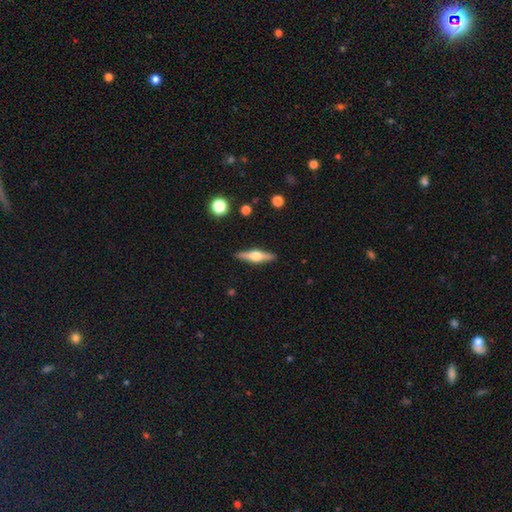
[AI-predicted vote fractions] Smooth or featured? Predicted: featured or disk (p=0.66). Edge-on disk? Predicted: yes (p=0.97). Edge-on bulge? Predicted: rounded (p=0.94). Merging? Predicted: none (p=0.90).